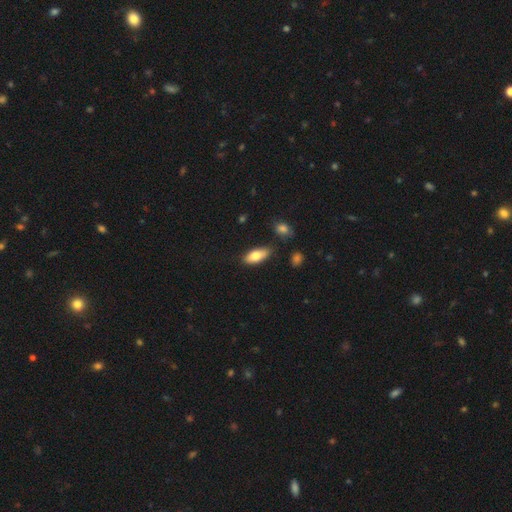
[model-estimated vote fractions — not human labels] Overall: smooth (77%). How rounded: in between (82%). Merging: none (80%).